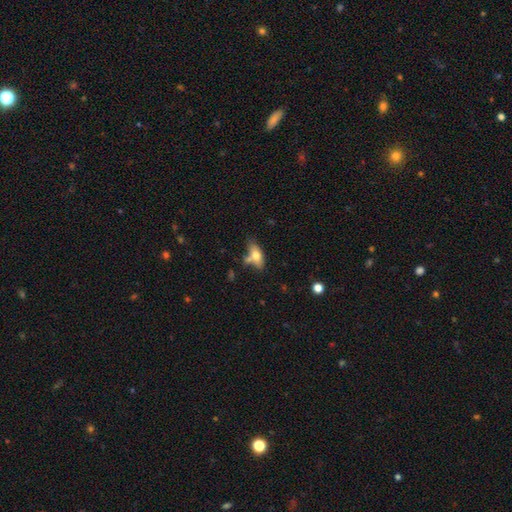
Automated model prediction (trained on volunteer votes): Overall: smooth (67%). How rounded: in between (75%). Merging: none (56%; merger 20%).